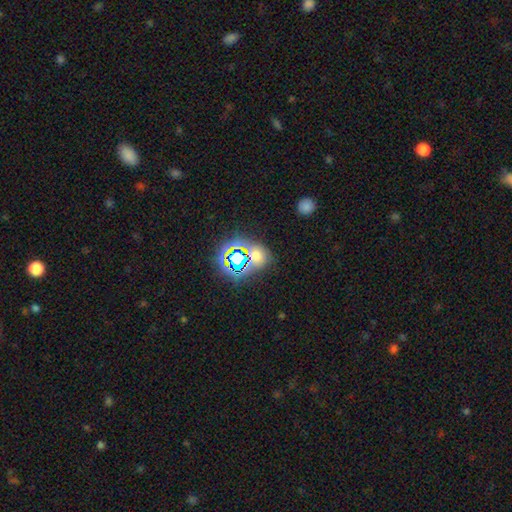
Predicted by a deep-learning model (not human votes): Overall: star or artifact (47%; smooth 43%).